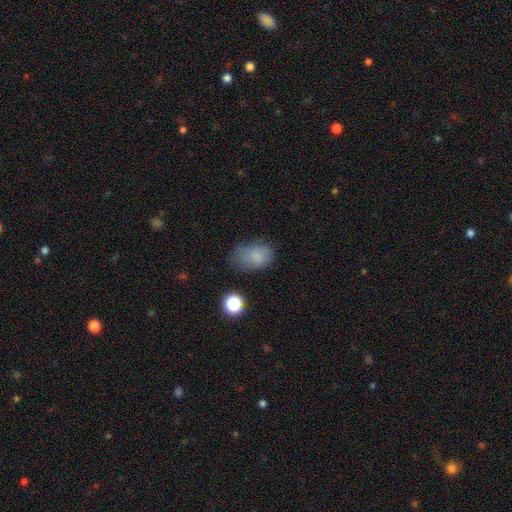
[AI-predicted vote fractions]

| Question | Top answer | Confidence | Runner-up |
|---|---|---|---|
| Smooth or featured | smooth | 78% | star or artifact (12%) |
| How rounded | in between | 80% | round (18%) |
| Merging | none | 52% | minor disturbance (32%) |